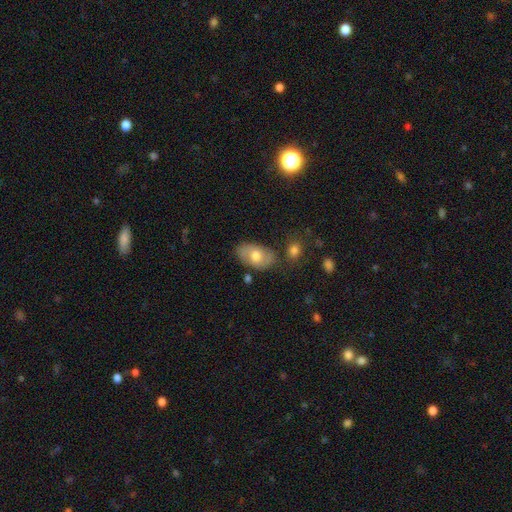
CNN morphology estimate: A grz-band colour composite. It shows a smooth galaxy with no disk features (65%) that is in between round and cigar-shaped (92%). Merging: none (73%).